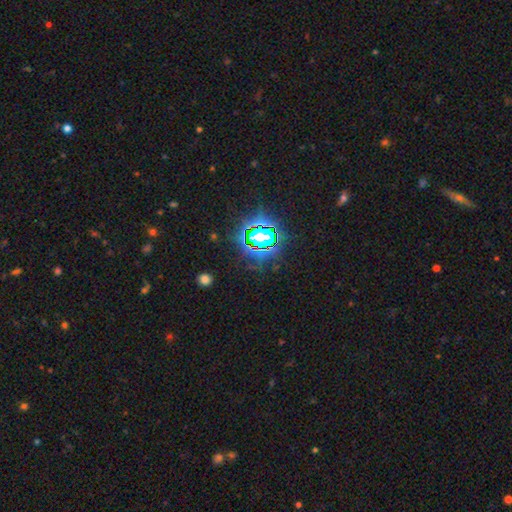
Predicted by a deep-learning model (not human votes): Smooth or featured? Predicted: star or artifact (p=0.81).